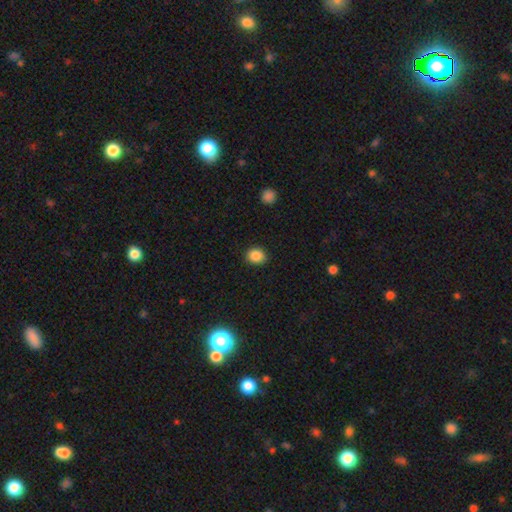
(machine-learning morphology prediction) Smooth or featured: smooth — 87% (star or artifact — 10%)
How rounded: round — 66% (in between — 33%)
Merging: none — 90% (minor disturbance — 7%)